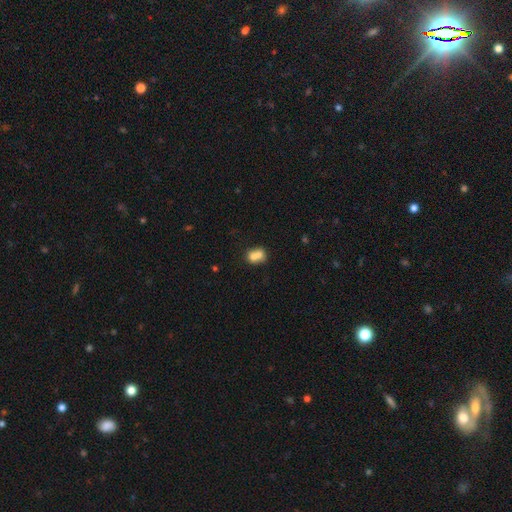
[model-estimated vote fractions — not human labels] A smooth galaxy with no disk features (68%) that is round (58%).

Vote fractions:
- Smooth or featured? smooth: 68% / featured or disk: 22% / star or artifact: 10%
- How rounded? round: 58% / in between: 41% / cigar-shaped: 1%
- Merging? merger: 63% / none: 27% / minor disturbance: 7% / major disturbance: 3%